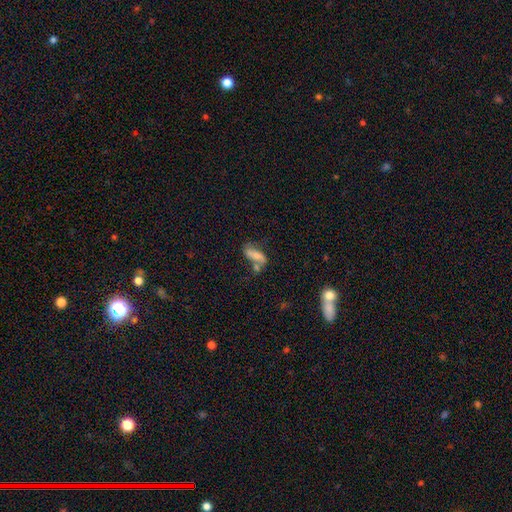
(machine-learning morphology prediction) A smooth galaxy with no disk features (58%) that is in between round and cigar-shaped (75%). Merging: none (34%).